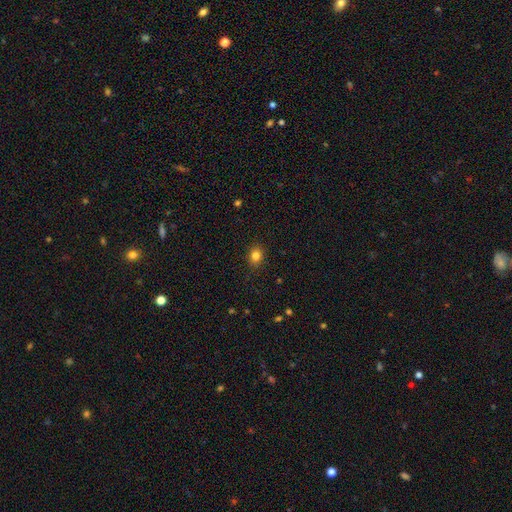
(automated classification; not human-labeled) Smooth or featured?
  - smooth: 82% *
  - star or artifact: 12%
  - featured or disk: 6%
How rounded?
  - round: 62% *
  - in between: 37%
  - cigar-shaped: 1%
Merging?
  - none: 88% *
  - minor disturbance: 8%
  - major disturbance: 2%
  - merger: 1%